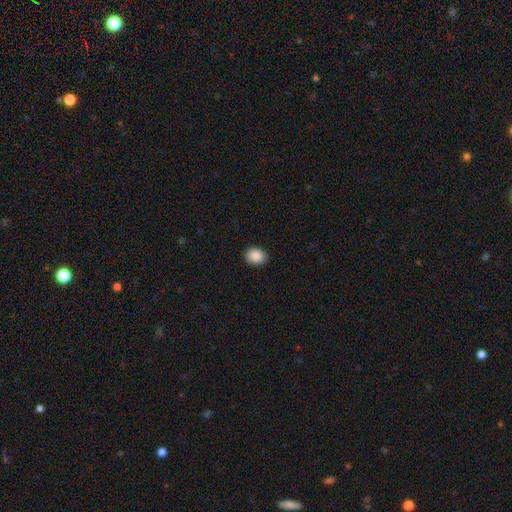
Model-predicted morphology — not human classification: Smooth or featured? Predicted: smooth (p=0.89). How rounded? Predicted: in between (p=0.59). Merging? Predicted: none (p=0.90).